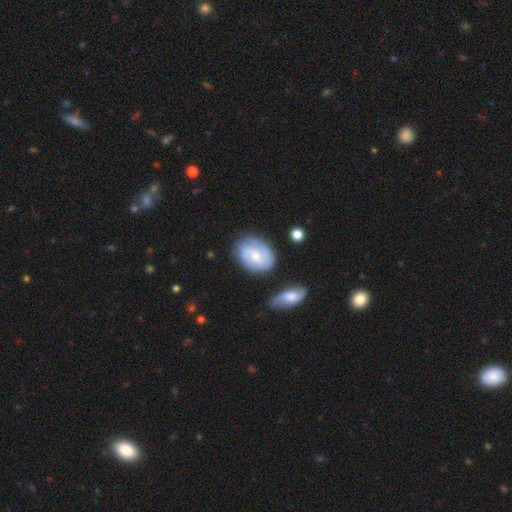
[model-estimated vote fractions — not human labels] Overall: featured or disk (56%; smooth 38%). Edge-on disk: no (96%). Bar: no (51%; weak 43%). Spiral arms: yes (84%). Bulge size: moderate (54%; small 33%). Merging: none (70%).